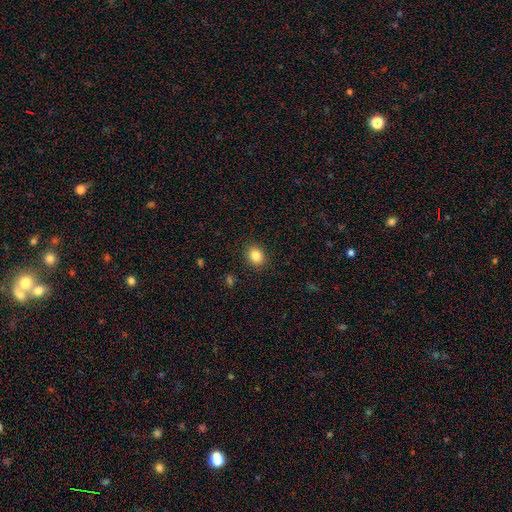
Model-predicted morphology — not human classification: type=smooth (85%); roundness=round (55%); merging=none (89%).